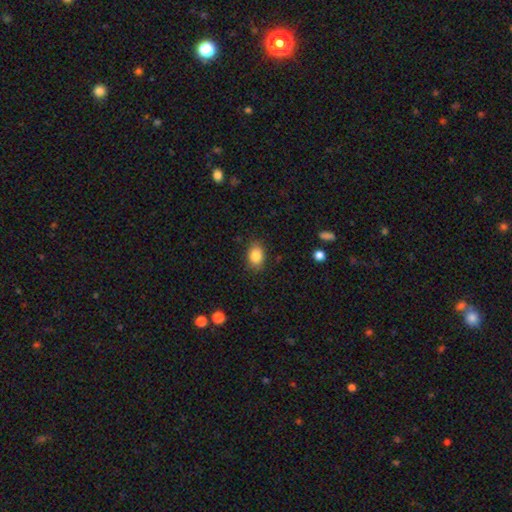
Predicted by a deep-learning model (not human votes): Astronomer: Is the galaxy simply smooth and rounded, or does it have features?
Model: smooth — 84%.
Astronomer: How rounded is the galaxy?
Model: in between — 80%.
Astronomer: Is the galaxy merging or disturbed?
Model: none — 86%.